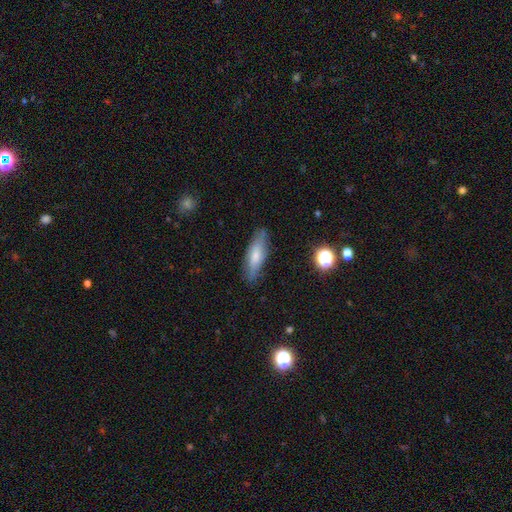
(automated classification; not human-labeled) A smooth galaxy with no disk features (65%) that is cigar-shaped (51%).

Vote fractions:
- Smooth or featured? smooth: 65% / featured or disk: 28% / star or artifact: 7%
- How rounded? cigar-shaped: 51% / in between: 47% / round: 2%
- Merging? none: 79% / minor disturbance: 16% / major disturbance: 4% / merger: 2%